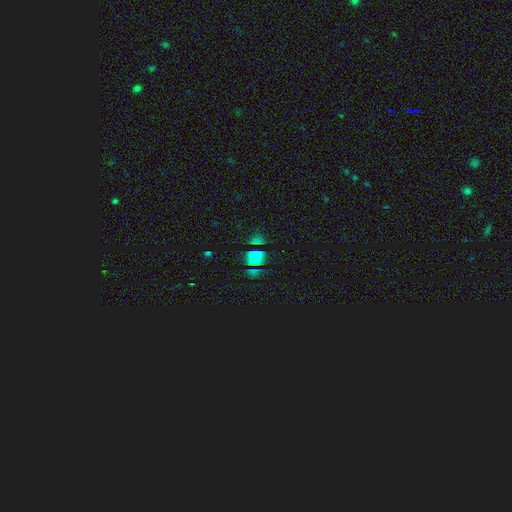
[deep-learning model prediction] Smooth or featured: star or artifact — 51% (smooth — 38%)